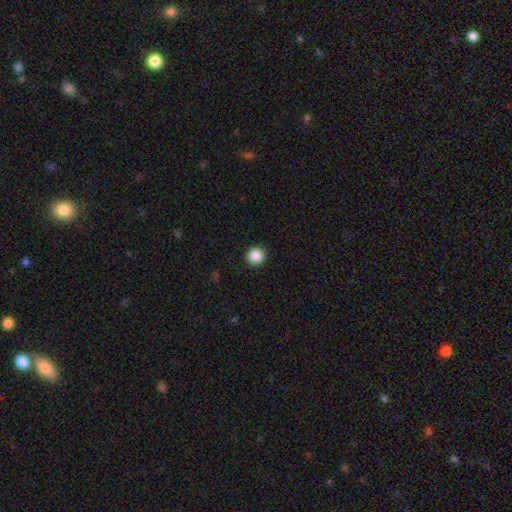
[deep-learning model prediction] Q: Smooth or featured?
A: smooth (88%); runner-up: star or artifact (10%)
Q: How rounded?
A: round (93%); runner-up: in between (6%)
Q: Merging?
A: none (92%); runner-up: minor disturbance (5%)